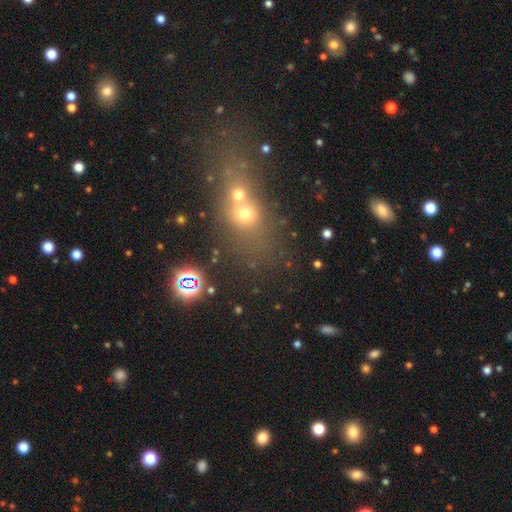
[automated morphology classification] The model was most divided on "smooth or featured": smooth: 44%, star or artifact: 35%, featured or disk: 21%. More confident: merging — merger (52%).